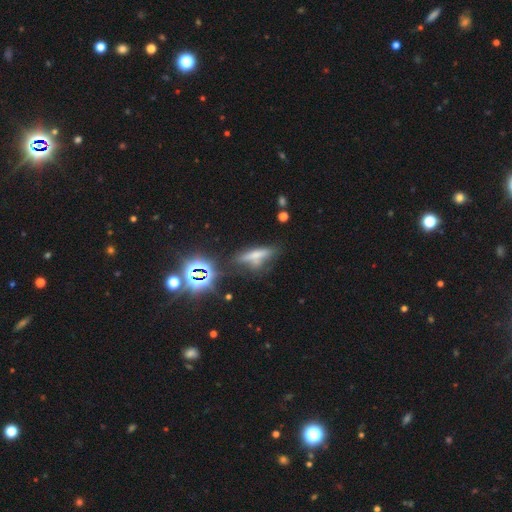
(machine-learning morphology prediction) Smooth or featured?
  - smooth: 52% *
  - featured or disk: 26%
  - star or artifact: 21%
How rounded?
  - cigar-shaped: 63% *
  - in between: 32%
  - round: 5%
Merging?
  - none: 51% *
  - minor disturbance: 23%
  - major disturbance: 14%
  - merger: 12%